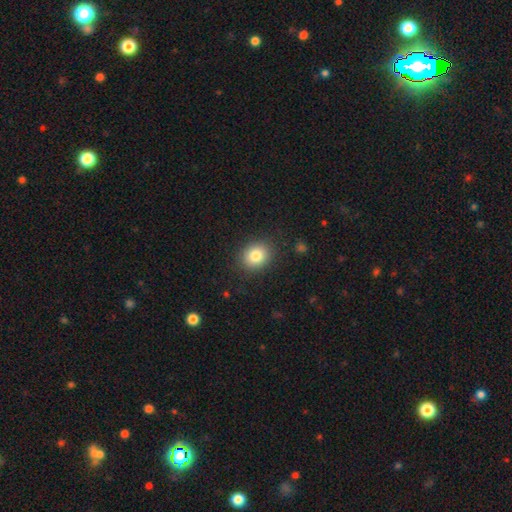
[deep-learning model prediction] A smooth galaxy with no disk features (82%) that is round (59%).

Vote fractions:
- Smooth or featured? smooth: 82% / star or artifact: 10% / featured or disk: 8%
- How rounded? round: 59% / in between: 40% / cigar-shaped: 1%
- Merging? none: 87% / minor disturbance: 9% / major disturbance: 3% / merger: 1%